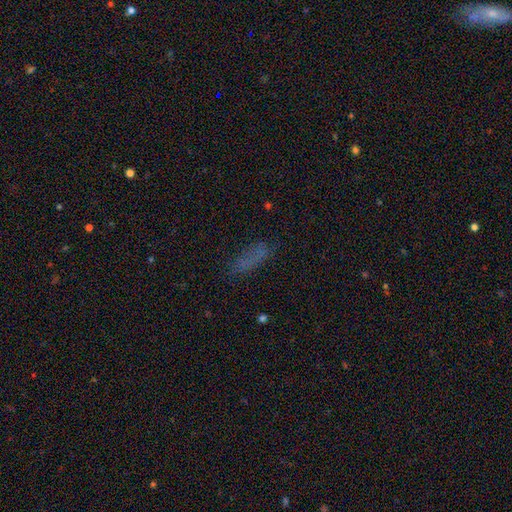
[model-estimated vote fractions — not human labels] Smooth or featured? Predicted: smooth (p=0.66). How rounded? Predicted: cigar-shaped (p=0.50). Merging? Predicted: none (p=0.68).